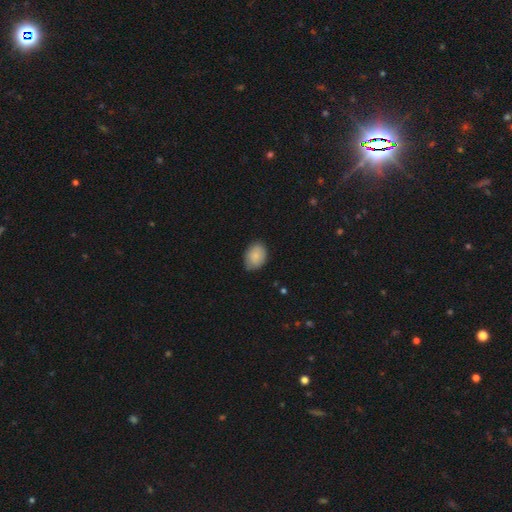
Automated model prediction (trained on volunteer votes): This is clearly a smooth galaxy (84%). How rounded: likely in between (73%). Merging: likely none (80%).